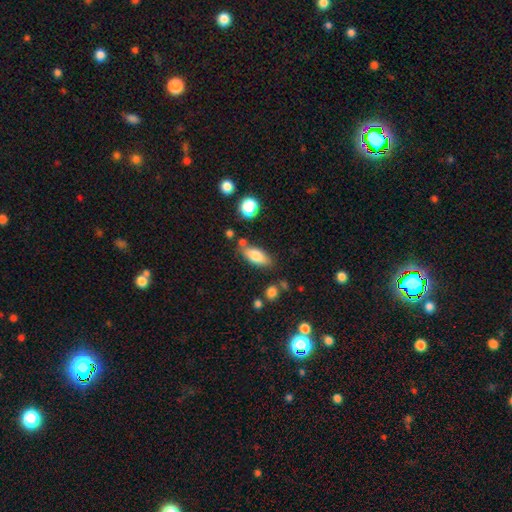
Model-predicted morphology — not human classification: Smooth or featured?
  - smooth: 77% *
  - featured or disk: 16%
  - star or artifact: 7%
How rounded?
  - in between: 81% *
  - cigar-shaped: 16%
  - round: 3%
Merging?
  - none: 72% *
  - minor disturbance: 16%
  - merger: 8%
  - major disturbance: 4%